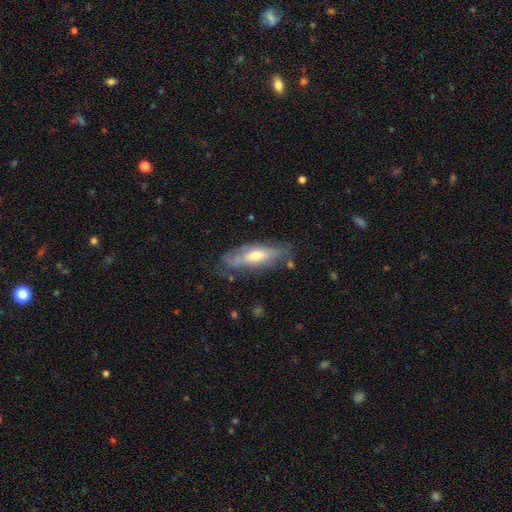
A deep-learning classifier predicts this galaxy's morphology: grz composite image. It shows a featured or disk galaxy (50%). Merging: none (62%).